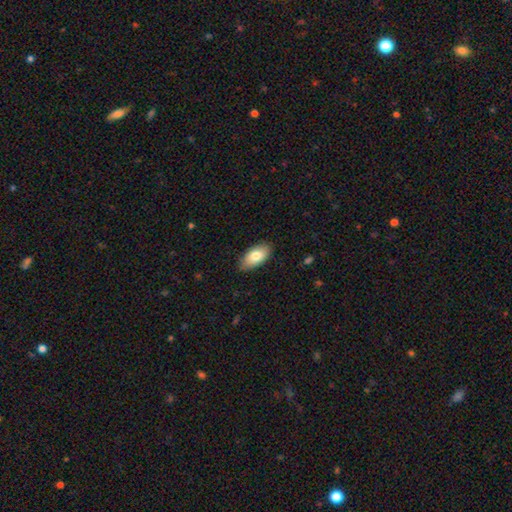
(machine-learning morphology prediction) type=smooth (80%); roundness=in between (93%); merging=none (84%).